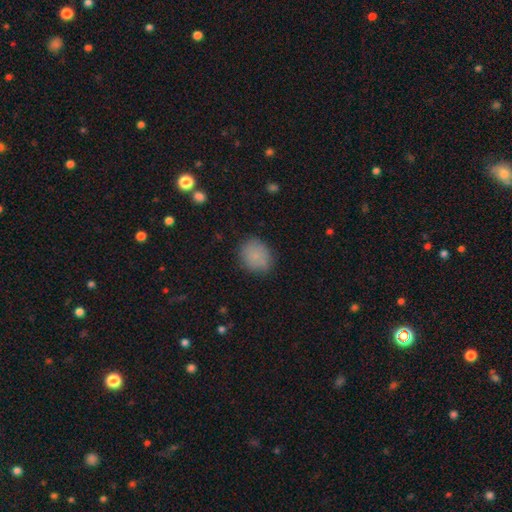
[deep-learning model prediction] Smooth or featured?
  - smooth: 83% *
  - star or artifact: 10%
  - featured or disk: 7%
How rounded?
  - round: 70% *
  - in between: 29%
  - cigar-shaped: 1%
Merging?
  - none: 82% *
  - minor disturbance: 13%
  - major disturbance: 3%
  - merger: 1%